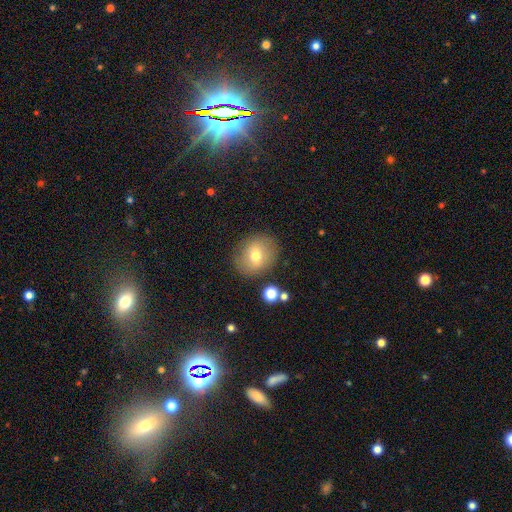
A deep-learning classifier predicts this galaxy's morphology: smooth-or-featured: smooth: 67% | featured or disk: 23% | star or artifact: 9%
  how-rounded: round: 66% | in between: 33% | cigar-shaped: 1%
  merging: none: 83% | minor disturbance: 11% | major disturbance: 4% | merger: 2%